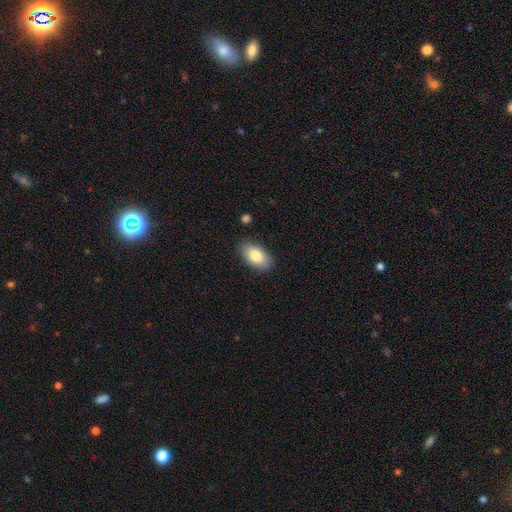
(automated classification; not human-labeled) Overall: smooth (82%). How rounded: in between (94%). Merging: none (86%).